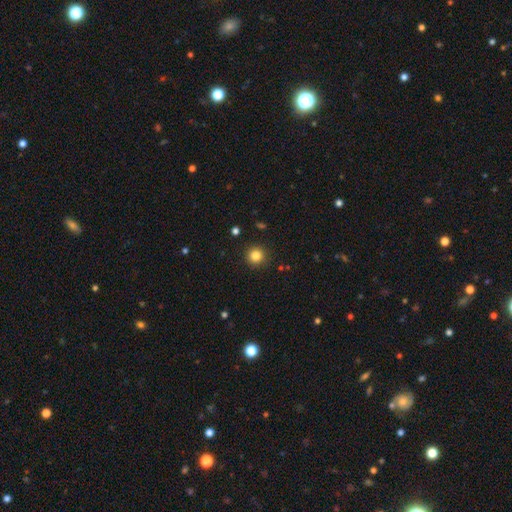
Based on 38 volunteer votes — smooth 95%, featured or disk 3%, star or artifact 3%. Down the decision tree: how rounded — round (94%); merging — none (95%).